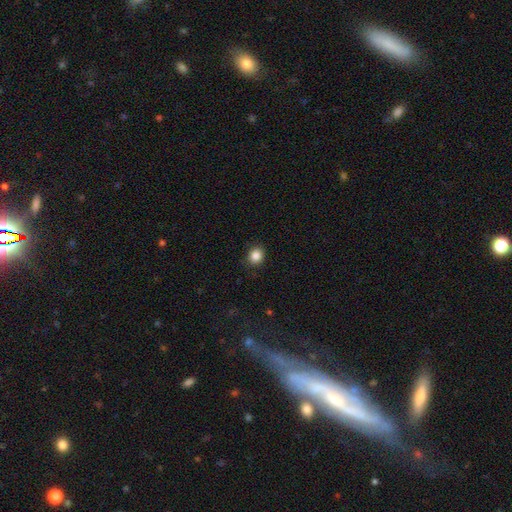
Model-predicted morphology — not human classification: A smooth galaxy with no disk features (86%) that is round (73%).

Vote fractions:
- Smooth or featured? smooth: 86% / star or artifact: 10% / featured or disk: 4%
- How rounded? round: 73% / in between: 26% / cigar-shaped: 1%
- Merging? none: 87% / minor disturbance: 10% / major disturbance: 2% / merger: 1%